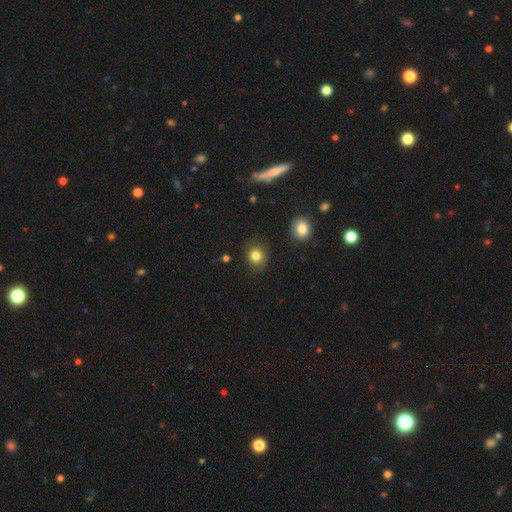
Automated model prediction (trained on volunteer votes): Smooth or featured?
  - smooth: 83% *
  - star or artifact: 11%
  - featured or disk: 6%
How rounded?
  - round: 78% *
  - in between: 21%
  - cigar-shaped: 1%
Merging?
  - none: 82% *
  - minor disturbance: 12%
  - major disturbance: 3%
  - merger: 2%